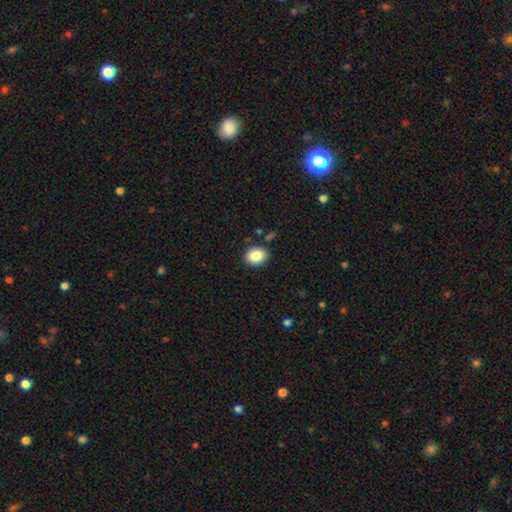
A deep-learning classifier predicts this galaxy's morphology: Smooth or featured: smooth — 86% (star or artifact — 8%)
How rounded: in between — 51% (round — 48%)
Merging: none — 87% (minor disturbance — 9%)